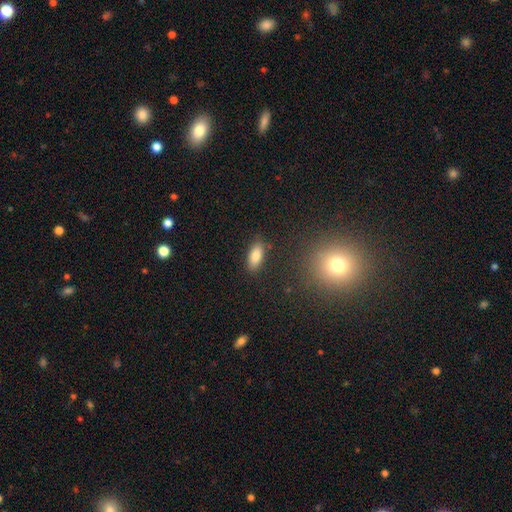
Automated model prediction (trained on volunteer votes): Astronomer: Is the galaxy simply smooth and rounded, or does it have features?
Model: smooth — 84%.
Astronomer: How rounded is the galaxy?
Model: in between — 85%.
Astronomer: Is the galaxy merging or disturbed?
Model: none — 85%.